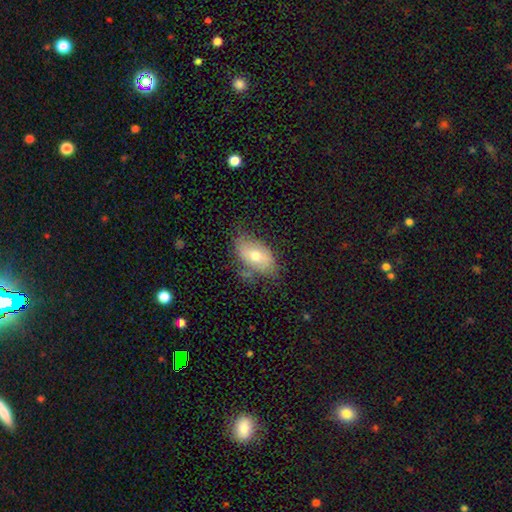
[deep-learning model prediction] A smooth galaxy with no disk features (60%) that is in between round and cigar-shaped (91%). Merging: none (62%).